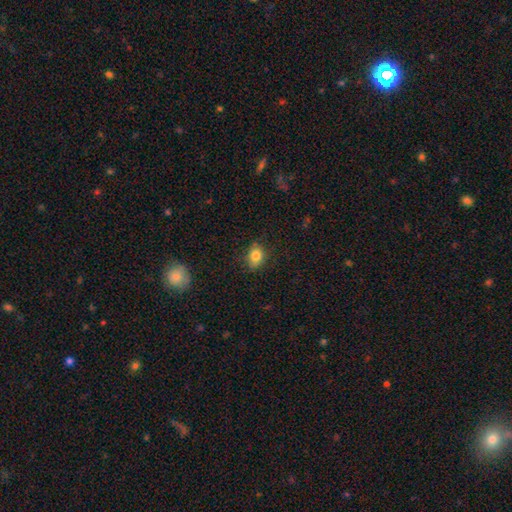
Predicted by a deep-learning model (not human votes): A smooth galaxy with no disk features (82%) that is in between round and cigar-shaped (68%). Merging: none (77%).